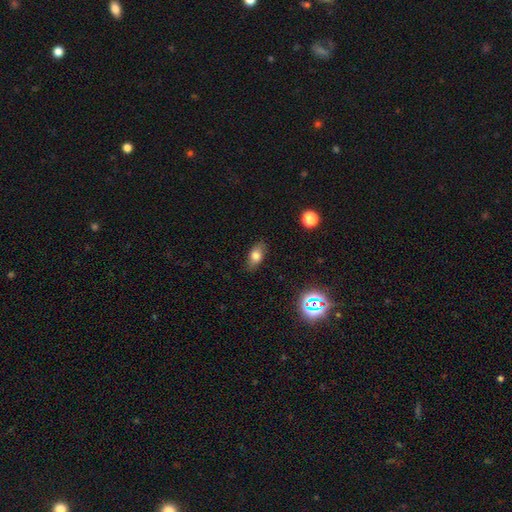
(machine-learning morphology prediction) The model was most divided on "smooth or featured": smooth: 74%, featured or disk: 15%, star or artifact: 11%. More confident: how rounded — in between (85%); merging — none (83%).